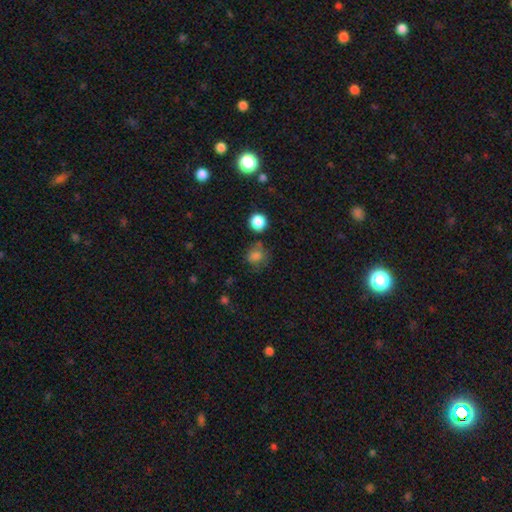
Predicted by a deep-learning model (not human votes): Overall: smooth (78%). How rounded: round (69%; in between 30%). Merging: none (60%; minor disturbance 23%).